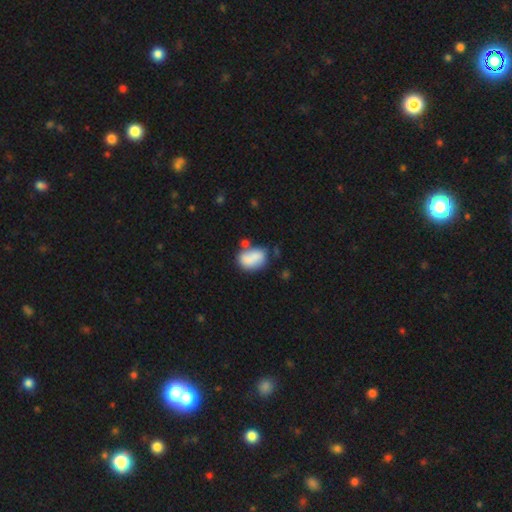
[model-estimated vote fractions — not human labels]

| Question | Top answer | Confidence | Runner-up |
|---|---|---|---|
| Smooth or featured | smooth | 77% | featured or disk (15%) |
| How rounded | in between | 79% | round (19%) |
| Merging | none | 46% | merger (25%) |